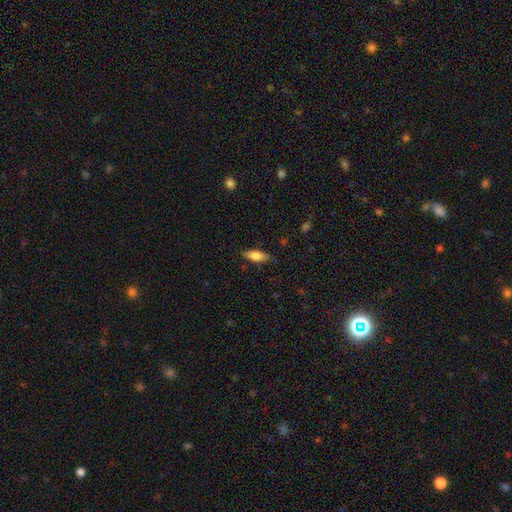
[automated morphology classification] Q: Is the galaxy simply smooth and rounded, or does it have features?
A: smooth — 71%.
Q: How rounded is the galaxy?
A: in between — 68%.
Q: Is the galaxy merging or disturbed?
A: none — 83%.